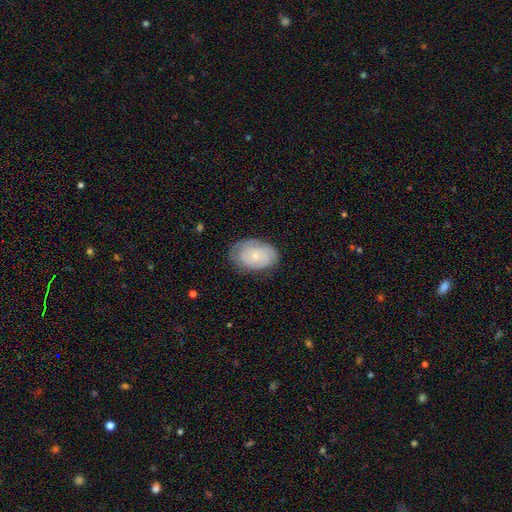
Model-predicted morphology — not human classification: featured or disk 57%, smooth 37%, star or artifact 6%. Down the decision tree: edge-on disk — no (96%); bar — no (82%); spiral arms — yes (77%); bulge size — small (72%); merging — none (71%).